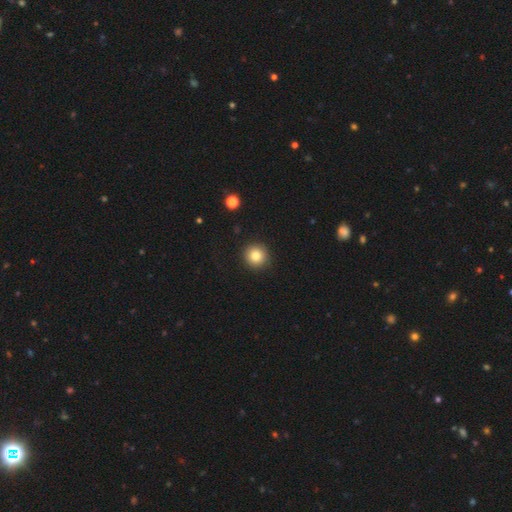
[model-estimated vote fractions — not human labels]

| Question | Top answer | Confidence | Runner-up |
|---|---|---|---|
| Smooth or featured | smooth | 83% | star or artifact (10%) |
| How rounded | round | 94% | in between (5%) |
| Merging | none | 92% | minor disturbance (5%) |